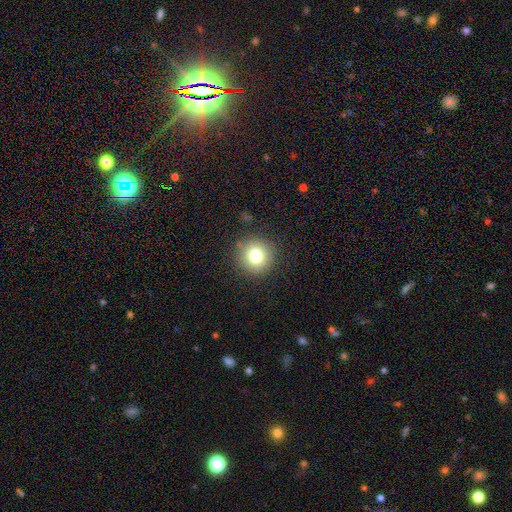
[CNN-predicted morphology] A smooth galaxy with no disk features (78%) that is round (93%).

Vote fractions:
- Smooth or featured? smooth: 78% / star or artifact: 12% / featured or disk: 10%
- How rounded? round: 93% / in between: 6% / cigar-shaped: 1%
- Merging? none: 89% / minor disturbance: 7% / major disturbance: 3% / merger: 1%